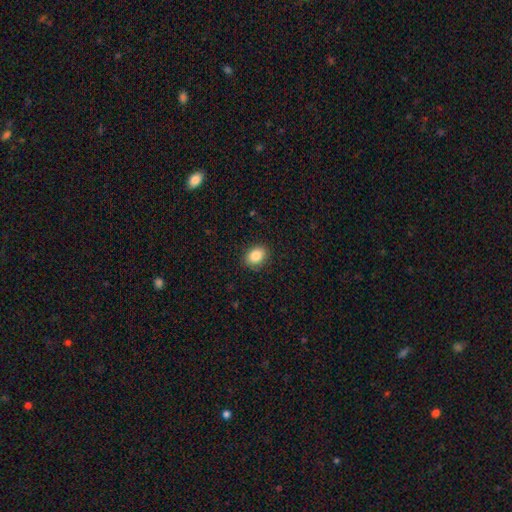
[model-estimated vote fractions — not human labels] This appears to be a smooth galaxy with no disk features (86%) that is in between round and cigar-shaped (69%). Merging: none (87%).